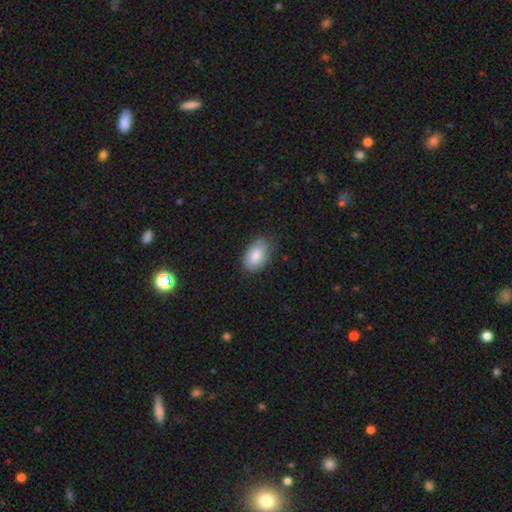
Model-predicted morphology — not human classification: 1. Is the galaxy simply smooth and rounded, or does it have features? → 83% smooth, 10% featured or disk, 7% star or artifact.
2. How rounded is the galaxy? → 92% in between, 7% round, 1% cigar-shaped.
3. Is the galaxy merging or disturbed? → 76% none, 19% minor disturbance, 4% major disturbance, 1% merger.